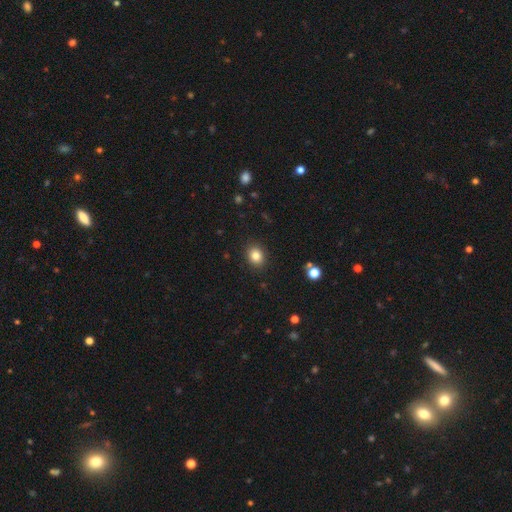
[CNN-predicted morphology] Smooth or featured: smooth — 84% (star or artifact — 11%)
How rounded: round — 56% (in between — 43%)
Merging: none — 89% (minor disturbance — 7%)